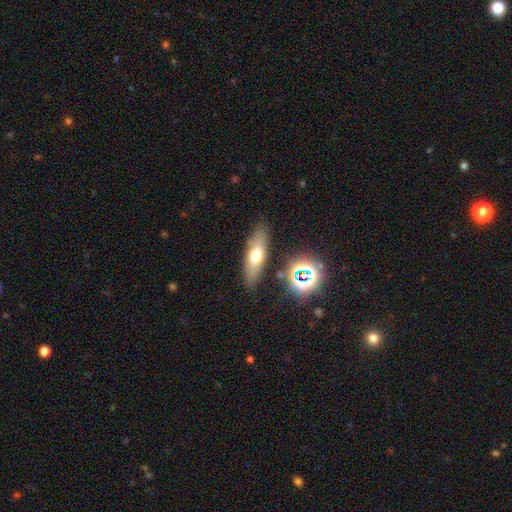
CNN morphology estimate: A smooth galaxy with no disk features (56%) that is in between round and cigar-shaped (50%). Merging: none (85%).